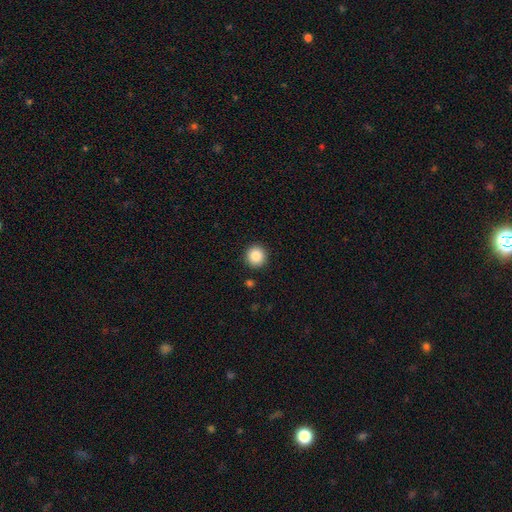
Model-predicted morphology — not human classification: The model was most divided on "smooth or featured": smooth: 86%, star or artifact: 9%, featured or disk: 5%. More confident: how rounded — round (95%); merging — none (91%).